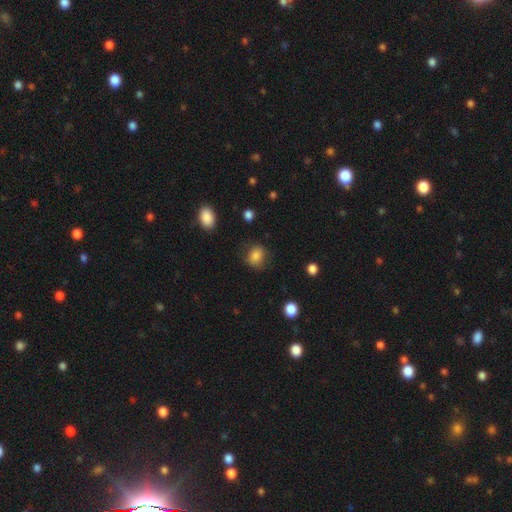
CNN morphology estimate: Smooth or featured?
  - smooth: 84% *
  - star or artifact: 10%
  - featured or disk: 6%
How rounded?
  - round: 54% *
  - in between: 45%
  - cigar-shaped: 1%
Merging?
  - none: 73% *
  - minor disturbance: 18%
  - major disturbance: 7%
  - merger: 2%